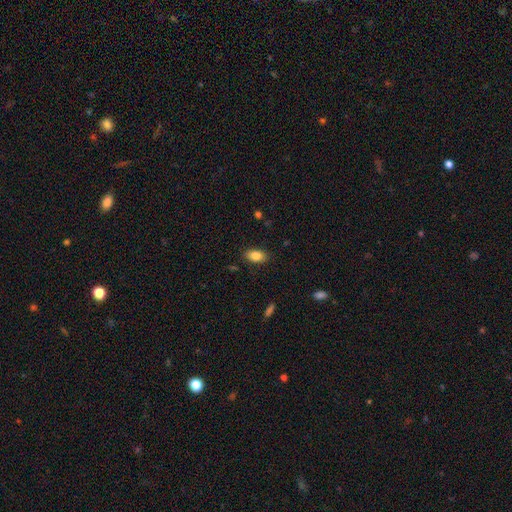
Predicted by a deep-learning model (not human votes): This is clearly a smooth galaxy (85%). How rounded: clearly in between (90%). Merging: clearly none (86%).